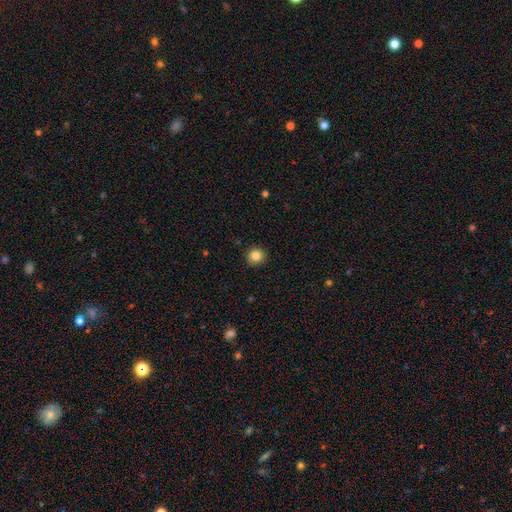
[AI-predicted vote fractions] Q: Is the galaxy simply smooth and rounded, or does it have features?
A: smooth — 84%.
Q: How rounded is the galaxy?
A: round — 92%.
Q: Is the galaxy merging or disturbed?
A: none — 92%.